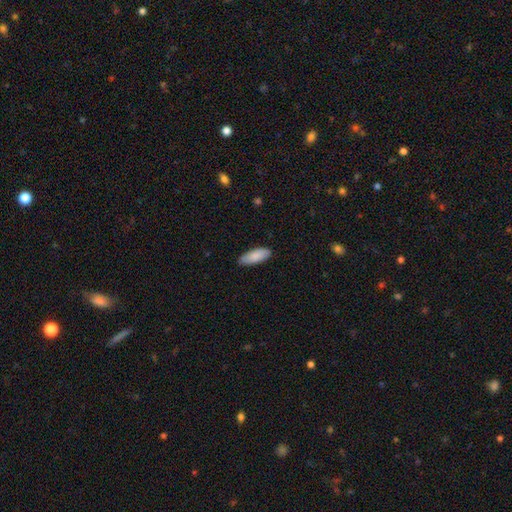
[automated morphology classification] smooth_or_featured: smooth (p=0.87) [alt: featured or disk p=0.08]
how_rounded: in between (p=0.79) [alt: cigar-shaped p=0.20]
merging: none (p=0.85) [alt: minor disturbance p=0.12]